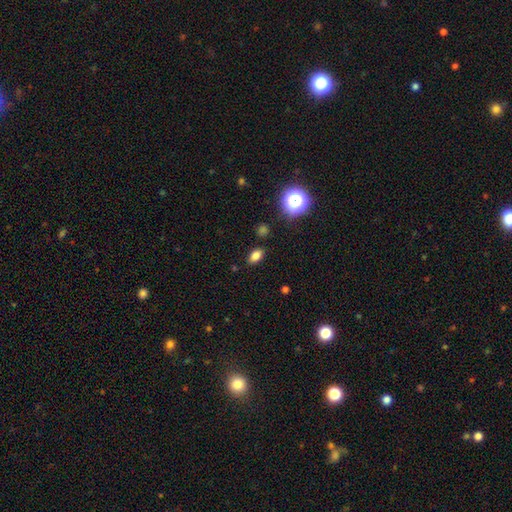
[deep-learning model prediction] Smooth or featured: smooth — 78% (star or artifact — 15%)
How rounded: in between — 84% (round — 12%)
Merging: none — 86% (minor disturbance — 10%)